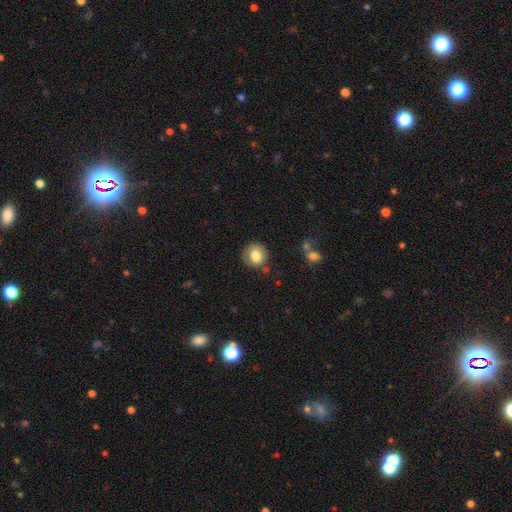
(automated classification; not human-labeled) Smooth or featured? Predicted: smooth (p=0.81). How rounded? Predicted: round (p=0.87). Merging? Predicted: none (p=0.77).